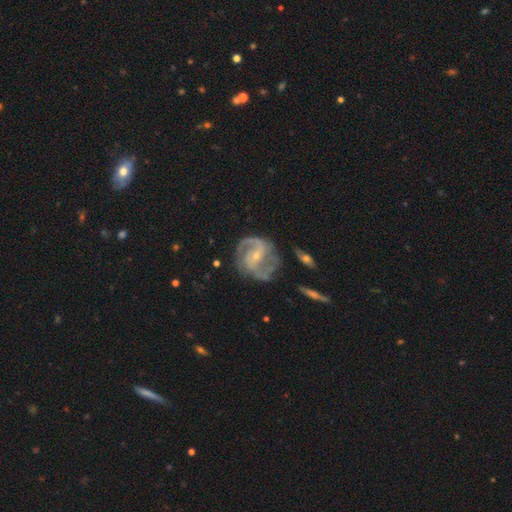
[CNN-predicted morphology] This appears to be a featured or disk galaxy (87%) with no bar (41%), 2 (78%) medium (53%) spiral arms (96%) and a small central bulge (75%). Merging: none (66%).